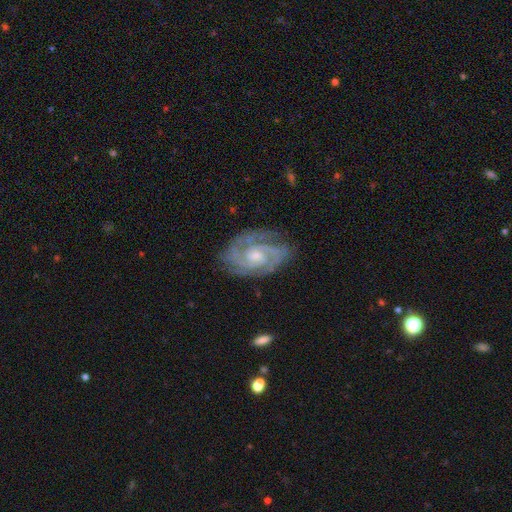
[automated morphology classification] Smooth or featured? Predicted: featured or disk (p=0.88). Edge-on disk? Predicted: no (p=0.97). Bar? Predicted: no (p=0.60). Spiral arms? Predicted: yes (p=0.98). Spiral winding? Predicted: tight (p=0.62). Spiral arm count? Predicted: 2 (p=0.38). Bulge size? Predicted: moderate (p=0.49). Merging? Predicted: none (p=0.78).